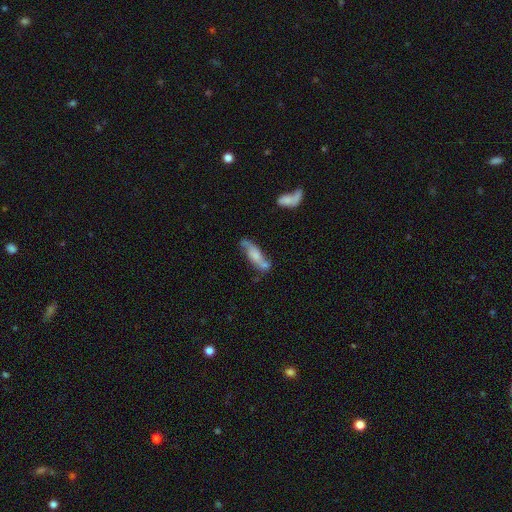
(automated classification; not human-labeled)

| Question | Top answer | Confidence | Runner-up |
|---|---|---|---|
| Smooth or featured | featured or disk | 56% | smooth (36%) |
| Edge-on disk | no | 74% | yes (26%) |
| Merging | none | 54% | minor disturbance (22%) |